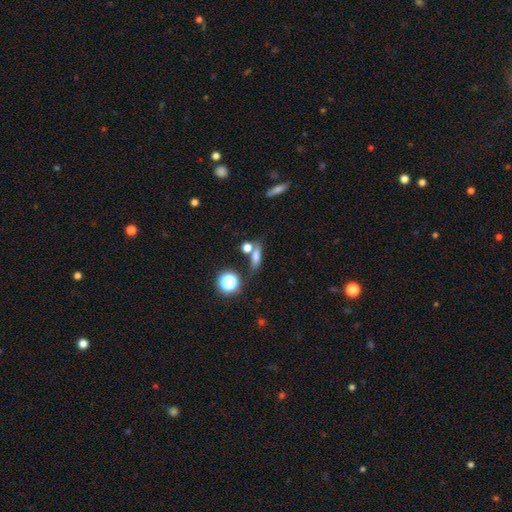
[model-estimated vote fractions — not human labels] The model was most divided on "how rounded": in between: 44%, cigar-shaped: 37%, round: 19%. More confident: smooth or featured — smooth (69%); merging — none (58%).